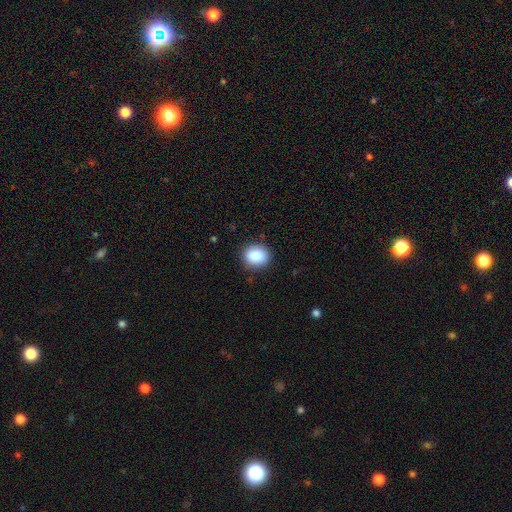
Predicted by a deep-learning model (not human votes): Smooth or featured: smooth — 88% (star or artifact — 8%)
How rounded: round — 61% (in between — 38%)
Merging: none — 86% (minor disturbance — 10%)